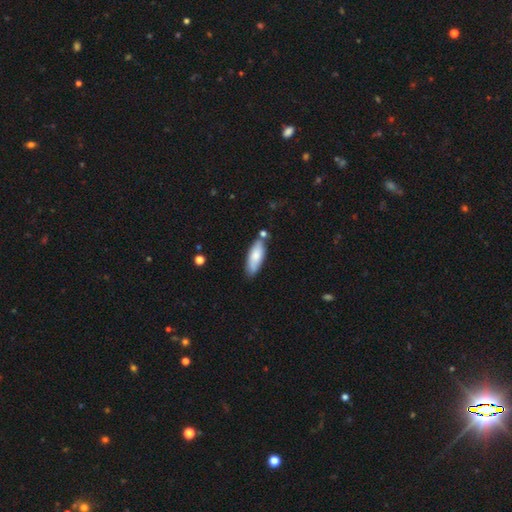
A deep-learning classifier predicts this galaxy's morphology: Overall: smooth (75%). How rounded: in between (62%; cigar-shaped 36%). Merging: none (71%).